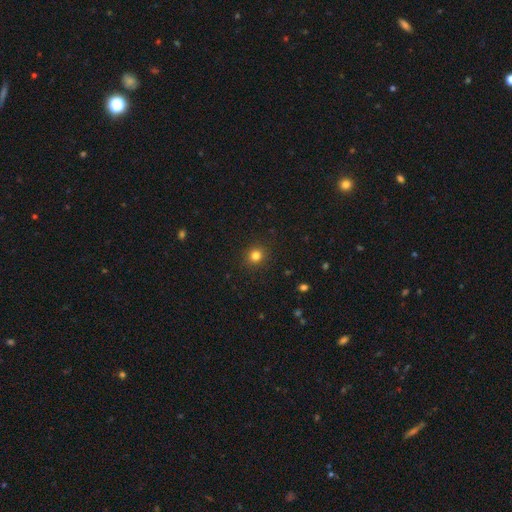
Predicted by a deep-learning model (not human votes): Smooth or featured? Predicted: smooth (p=0.82). How rounded? Predicted: round (p=0.89). Merging? Predicted: none (p=0.91).